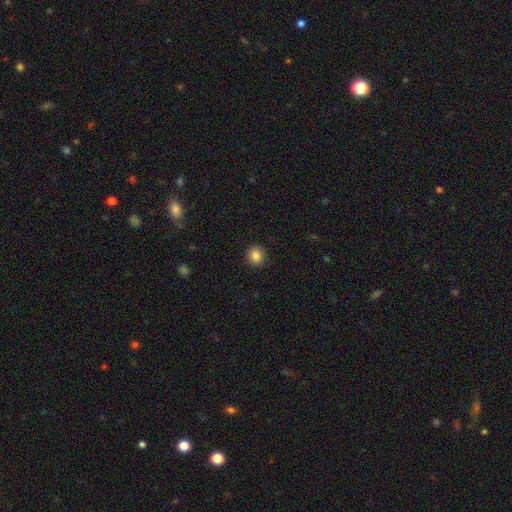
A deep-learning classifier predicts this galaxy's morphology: smooth_or_featured: smooth (p=0.86) [alt: star or artifact p=0.10]
how_rounded: round (p=0.82) [alt: in between p=0.17]
merging: none (p=0.91) [alt: minor disturbance p=0.06]